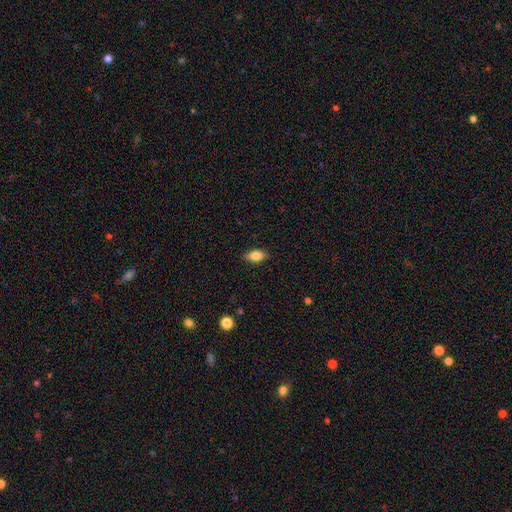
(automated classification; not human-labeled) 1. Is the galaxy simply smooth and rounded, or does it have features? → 80% smooth, 12% featured or disk, 8% star or artifact.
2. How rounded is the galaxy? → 87% in between, 7% round, 6% cigar-shaped.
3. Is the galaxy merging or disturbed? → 87% none, 9% minor disturbance, 2% major disturbance, 1% merger.